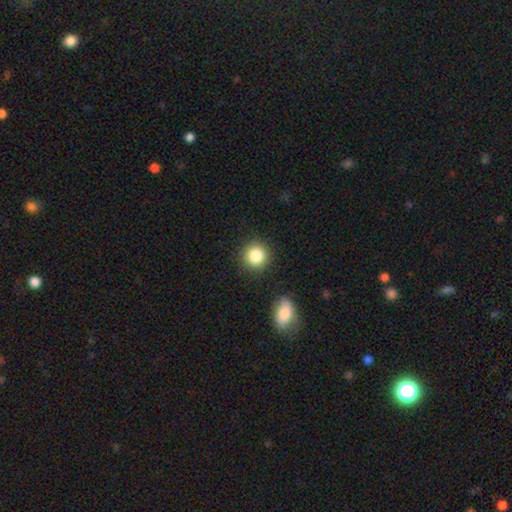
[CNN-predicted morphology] A smooth galaxy with no disk features (85%) that is round (91%).

Vote fractions:
- Smooth or featured? smooth: 85% / star or artifact: 9% / featured or disk: 5%
- How rounded? round: 91% / in between: 8% / cigar-shaped: 1%
- Merging? none: 88% / minor disturbance: 7% / merger: 3% / major disturbance: 2%